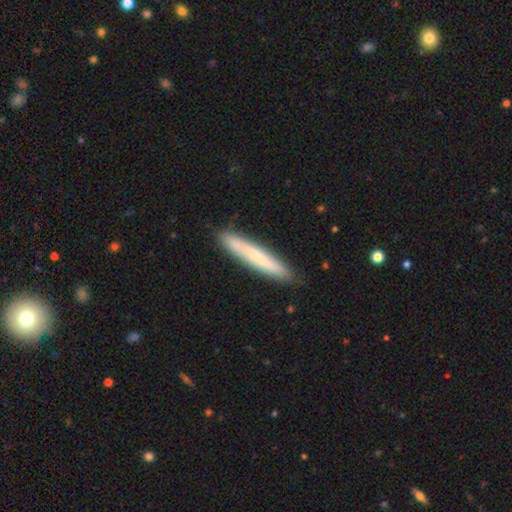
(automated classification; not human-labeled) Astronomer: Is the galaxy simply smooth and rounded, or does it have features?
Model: smooth — 56% (runner-up: featured or disk, 39%).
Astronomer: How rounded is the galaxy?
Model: cigar-shaped — 93%.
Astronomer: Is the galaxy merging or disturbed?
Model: none — 88%.